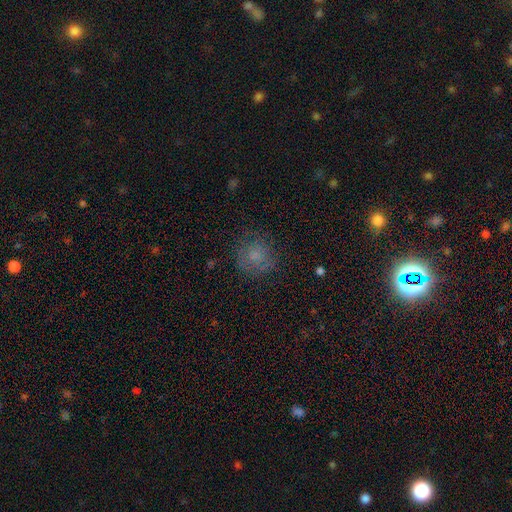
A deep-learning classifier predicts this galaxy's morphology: Smooth or featured: smooth — 64% (featured or disk — 22%)
How rounded: round — 88% (in between — 11%)
Merging: none — 73% (minor disturbance — 17%)